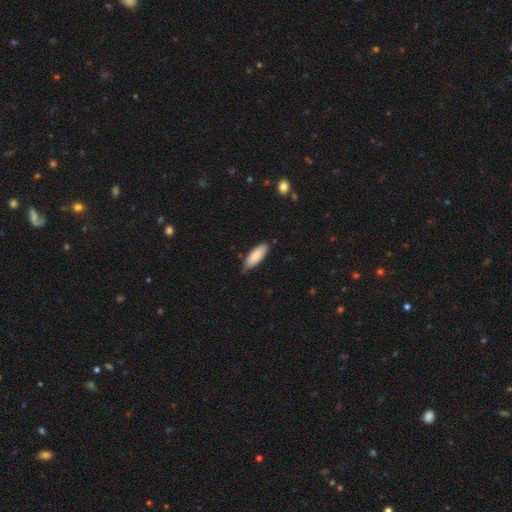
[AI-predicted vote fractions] Smooth or featured? smooth (87%)
How rounded? in between (66%)
Merging? none (74%)